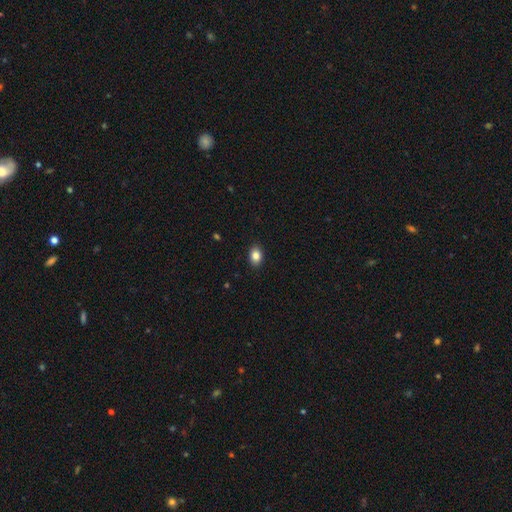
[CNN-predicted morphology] The model was most divided on "how rounded": in between: 75%, round: 24%, cigar-shaped: 1%. More confident: merging — none (90%); smooth or featured — smooth (85%).